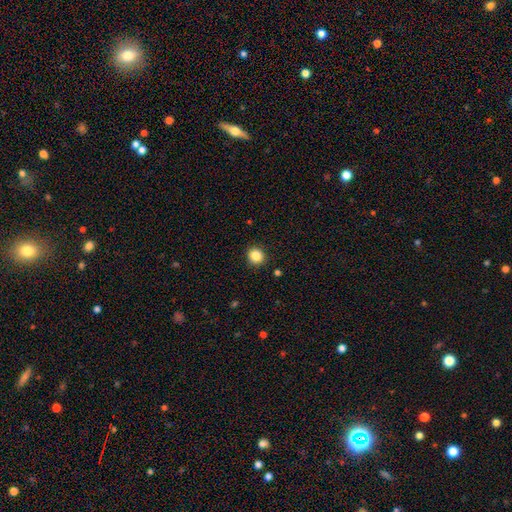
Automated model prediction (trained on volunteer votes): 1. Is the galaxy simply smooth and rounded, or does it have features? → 85% smooth, 10% star or artifact, 5% featured or disk.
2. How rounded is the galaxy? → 87% round, 12% in between, 1% cigar-shaped.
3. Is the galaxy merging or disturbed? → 91% none, 6% minor disturbance, 2% major disturbance, 1% merger.